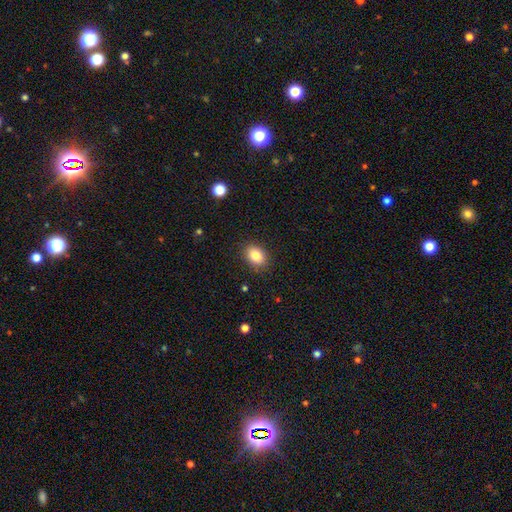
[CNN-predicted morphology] Smooth or featured: smooth — 84% (star or artifact — 9%)
How rounded: in between — 72% (round — 27%)
Merging: none — 87% (minor disturbance — 9%)